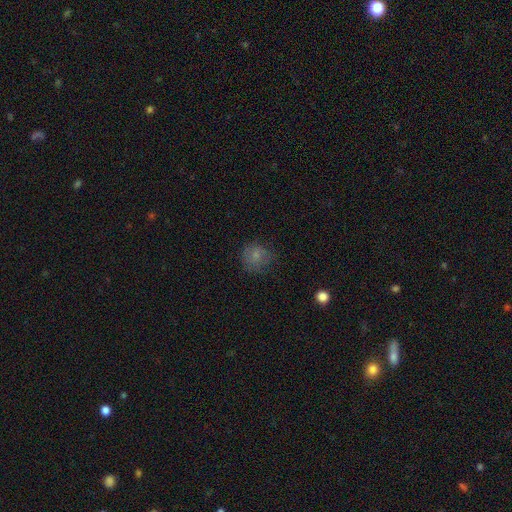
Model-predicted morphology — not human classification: Overall: smooth (75%). How rounded: round (83%). Merging: none (66%).